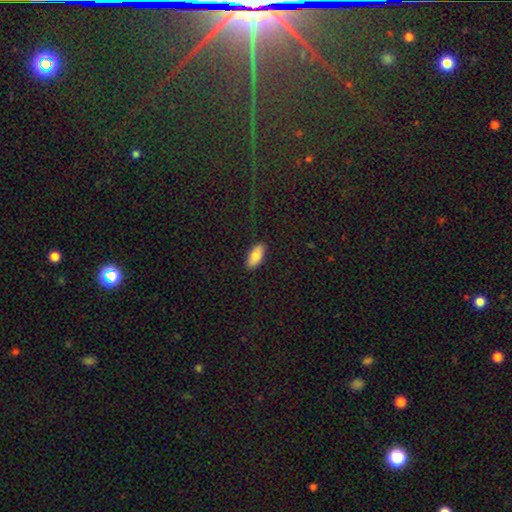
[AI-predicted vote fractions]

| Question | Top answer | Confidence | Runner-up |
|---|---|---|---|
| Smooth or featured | smooth | 84% | featured or disk (9%) |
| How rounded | in between | 90% | cigar-shaped (8%) |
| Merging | none | 88% | minor disturbance (8%) |